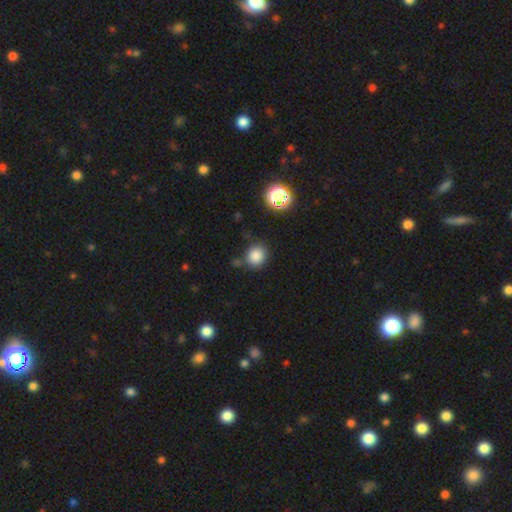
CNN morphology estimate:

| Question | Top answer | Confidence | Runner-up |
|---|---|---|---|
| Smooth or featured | smooth | 83% | star or artifact (13%) |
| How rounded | round | 81% | in between (18%) |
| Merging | none | 74% | minor disturbance (14%) |